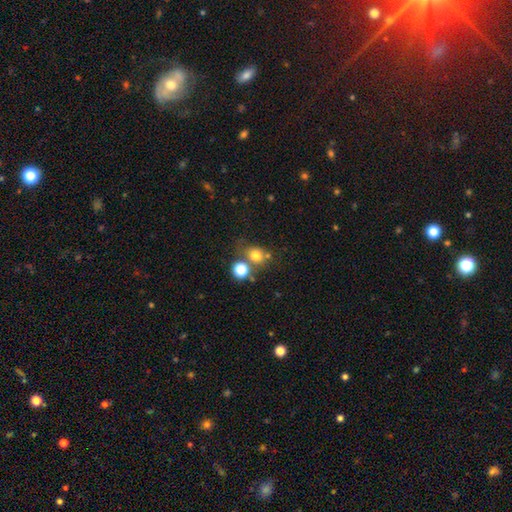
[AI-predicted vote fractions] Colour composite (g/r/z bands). It shows a smooth galaxy with no disk features (74%) that is round (77%). Merging: none (57%).